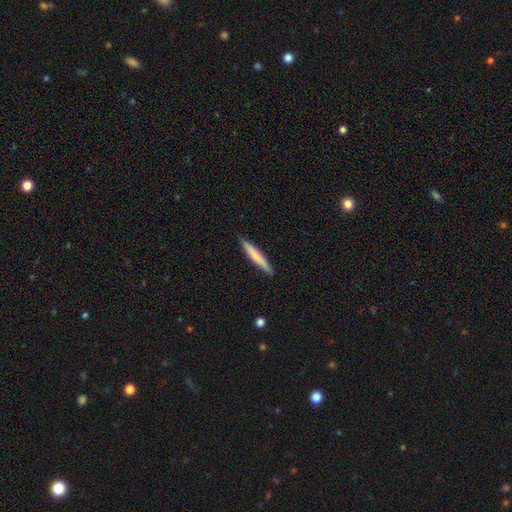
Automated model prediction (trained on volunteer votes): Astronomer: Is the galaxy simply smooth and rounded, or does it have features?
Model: smooth — 72%.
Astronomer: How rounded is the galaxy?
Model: cigar-shaped — 95%.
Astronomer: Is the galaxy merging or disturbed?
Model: none — 90%.